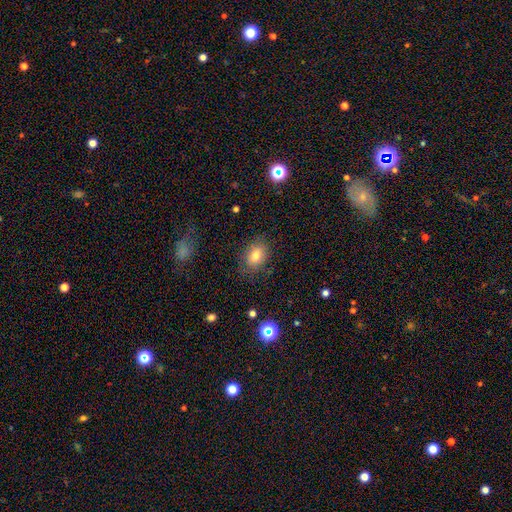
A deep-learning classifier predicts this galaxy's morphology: A smooth galaxy with no disk features (78%) that is in between round and cigar-shaped (77%). Merging: none (78%).